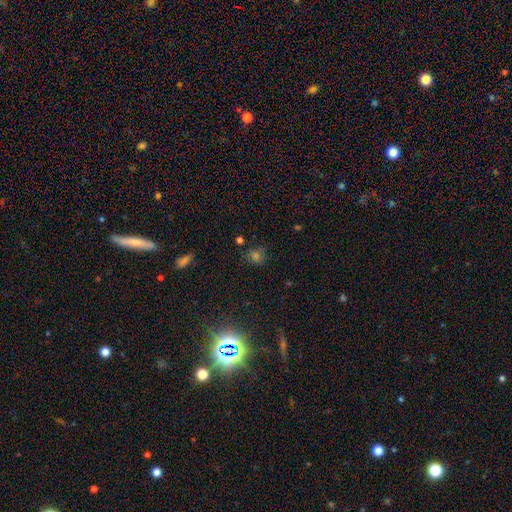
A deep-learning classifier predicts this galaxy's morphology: Smooth or featured? Predicted: smooth (p=0.48). Merging? Predicted: none (p=0.76).